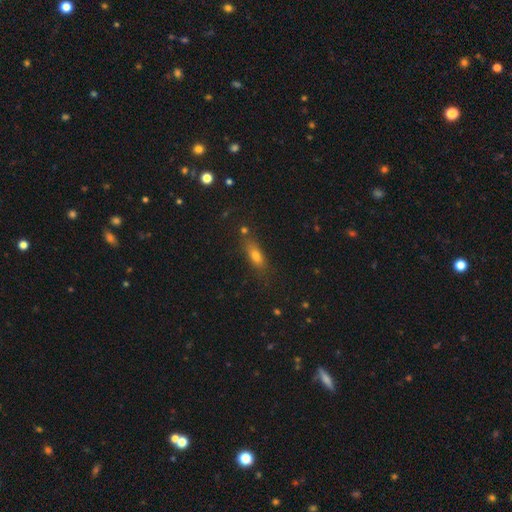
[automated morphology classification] smooth_or_featured: smooth (p=0.69) [alt: featured or disk p=0.17]
how_rounded: in between (p=0.57) [alt: cigar-shaped p=0.37]
merging: none (p=0.71) [alt: minor disturbance p=0.16]